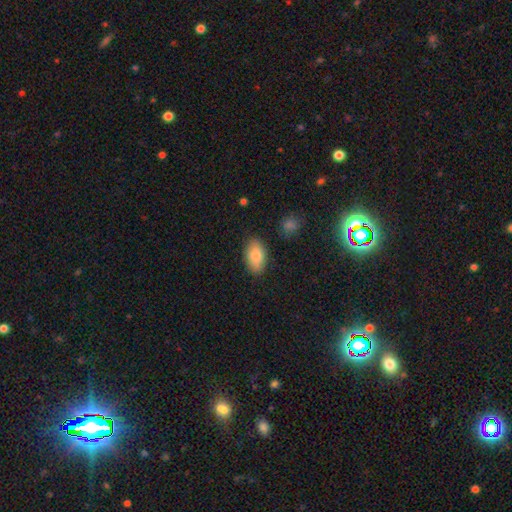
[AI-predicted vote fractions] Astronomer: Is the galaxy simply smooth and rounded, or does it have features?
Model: smooth — 85%.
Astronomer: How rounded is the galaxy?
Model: in between — 93%.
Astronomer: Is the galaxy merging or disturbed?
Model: none — 84%.